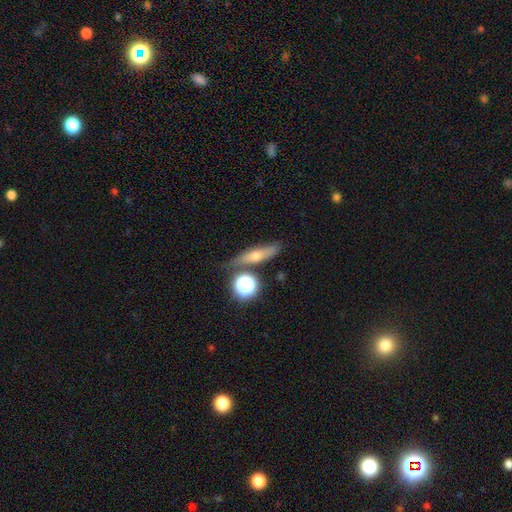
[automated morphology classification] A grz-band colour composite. It shows a featured or disk galaxy (47%). Merging: none (73%).